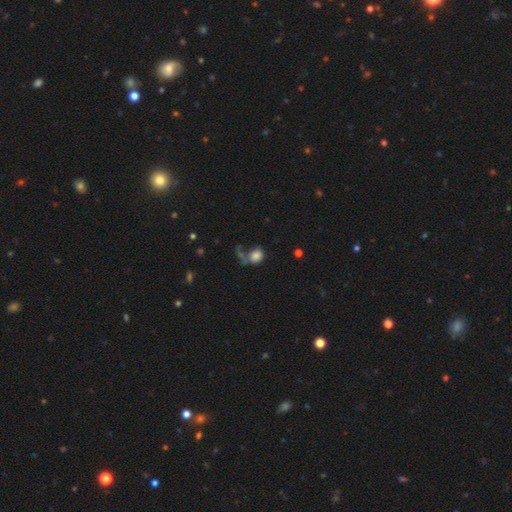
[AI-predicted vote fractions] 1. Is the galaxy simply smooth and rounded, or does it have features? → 76% smooth, 13% featured or disk, 11% star or artifact.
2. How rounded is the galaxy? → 55% round, 43% in between, 2% cigar-shaped.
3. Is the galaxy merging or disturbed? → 35% none, 27% major disturbance, 22% merger, 16% minor disturbance.